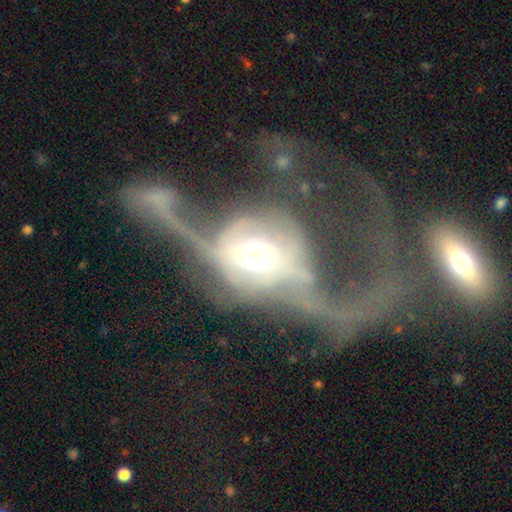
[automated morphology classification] The model was most divided on "spiral arms": yes: 56%, no: 44%. More confident: edge-on disk — no (91%); smooth or featured — featured or disk (74%); bar — no (68%); merging — major disturbance (60%); bulge size — moderate (56%).